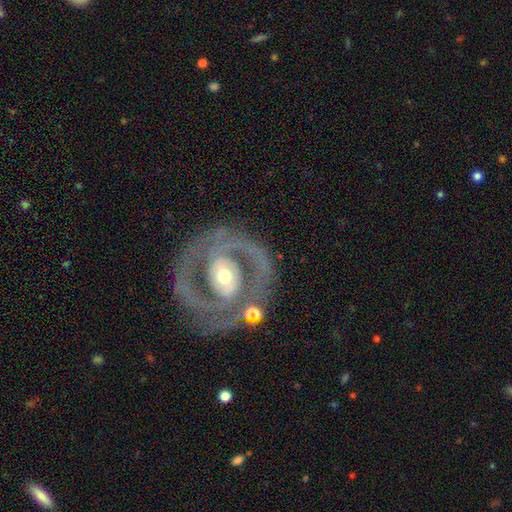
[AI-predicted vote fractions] Morphology: type=featured or disk (84%); edge-on=no (96%); bar=no (51%); spiral arms=yes (74%); winding=tight (57%); arm count=2 (66%); bulge=moderate (47%); merging=none (72%).